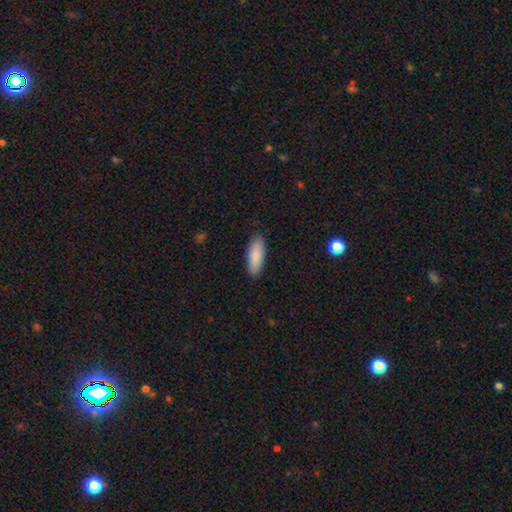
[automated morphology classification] Smooth or featured? smooth (88%)
How rounded? in between (66%)
Merging? none (89%)